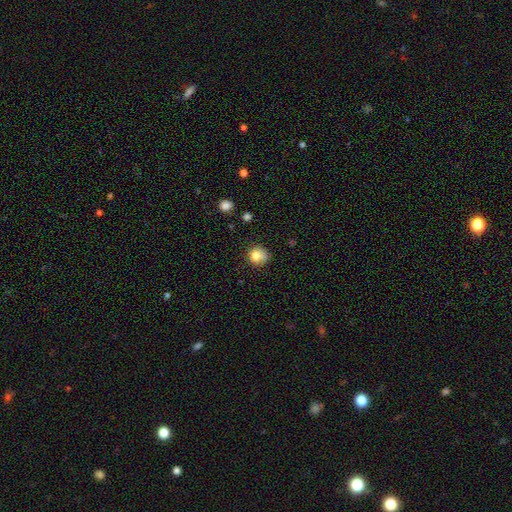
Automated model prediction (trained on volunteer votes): smooth 81%, star or artifact 11%, featured or disk 8%. Down the decision tree: how rounded — round (82%); merging — none (65%).